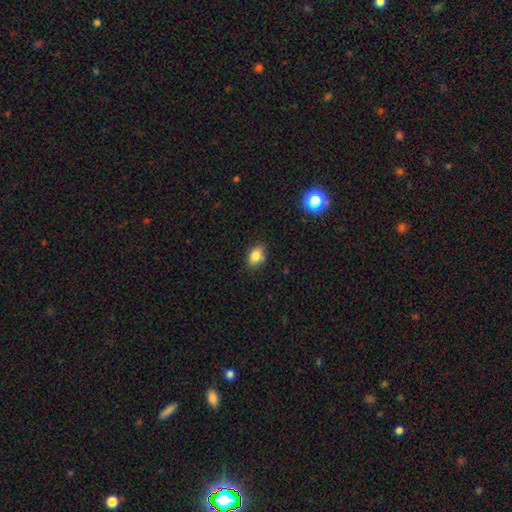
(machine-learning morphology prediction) This appears to be a smooth galaxy with no disk features (83%) that is in between round and cigar-shaped (73%). Merging: none (82%).